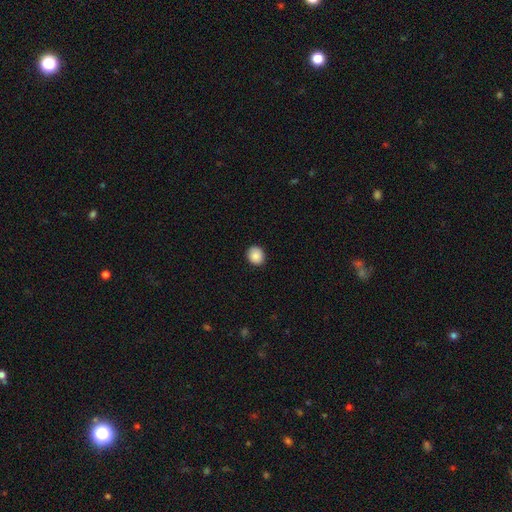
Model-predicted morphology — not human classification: This is clearly a smooth galaxy (88%). How rounded: likely round (78%). Merging: clearly none (89%).